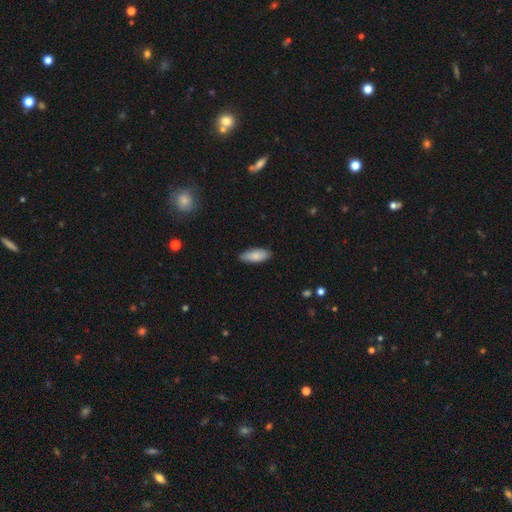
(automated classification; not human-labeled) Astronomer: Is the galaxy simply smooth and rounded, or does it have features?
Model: smooth — 84%.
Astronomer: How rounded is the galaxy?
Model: in between — 77%.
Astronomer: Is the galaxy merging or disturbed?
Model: none — 85%.